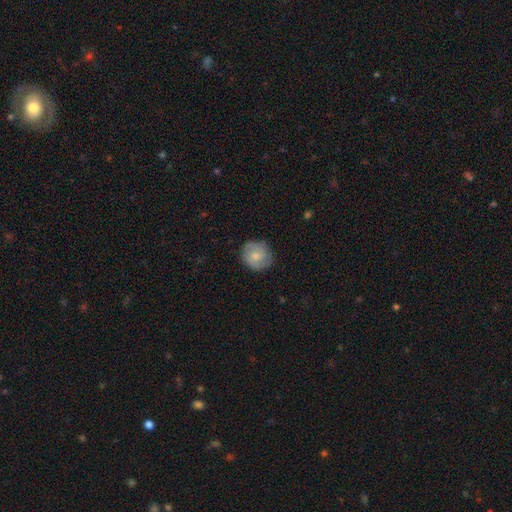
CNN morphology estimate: The model was most divided on "smooth or featured": smooth: 61%, featured or disk: 33%, star or artifact: 7%. More confident: how rounded — round (86%); merging — none (81%).